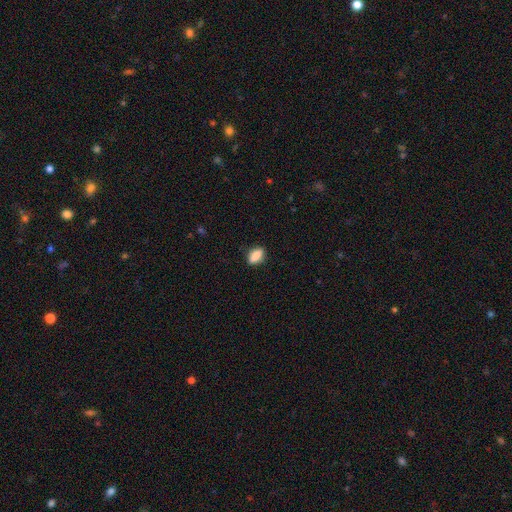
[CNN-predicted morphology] Smooth or featured?
  - smooth: 86% *
  - star or artifact: 8%
  - featured or disk: 7%
How rounded?
  - in between: 82% *
  - cigar-shaped: 10%
  - round: 8%
Merging?
  - none: 85% *
  - minor disturbance: 11%
  - major disturbance: 2%
  - merger: 1%